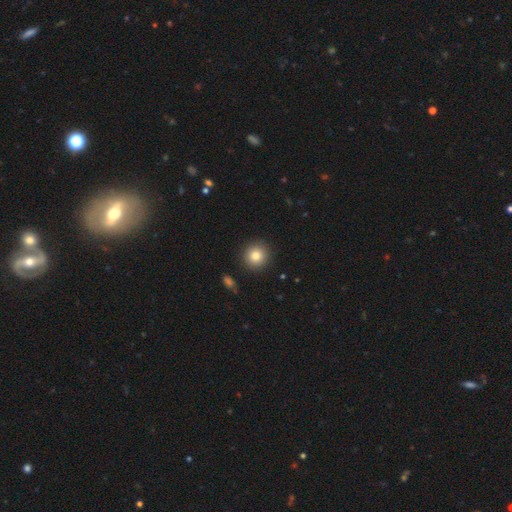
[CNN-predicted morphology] This appears to be a smooth galaxy with no disk features (83%) that is round (93%). Merging: none (91%).